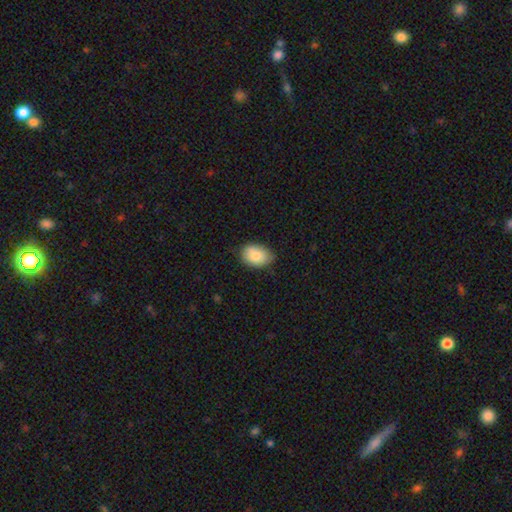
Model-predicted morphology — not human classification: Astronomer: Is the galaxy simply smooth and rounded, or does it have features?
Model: smooth — 82%.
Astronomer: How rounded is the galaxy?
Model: in between — 79%.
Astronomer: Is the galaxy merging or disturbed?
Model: none — 74%.